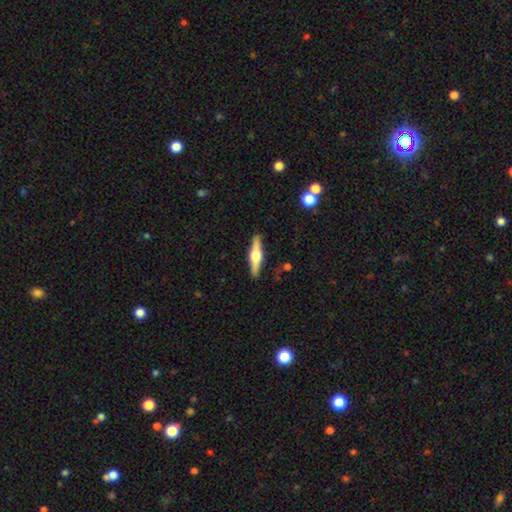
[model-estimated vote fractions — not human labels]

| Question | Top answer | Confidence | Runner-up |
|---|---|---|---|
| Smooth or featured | featured or disk | 68% | smooth (27%) |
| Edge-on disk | yes | 97% | no (3%) |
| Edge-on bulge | rounded | 94% | boxy (4%) |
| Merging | none | 90% | minor disturbance (7%) |